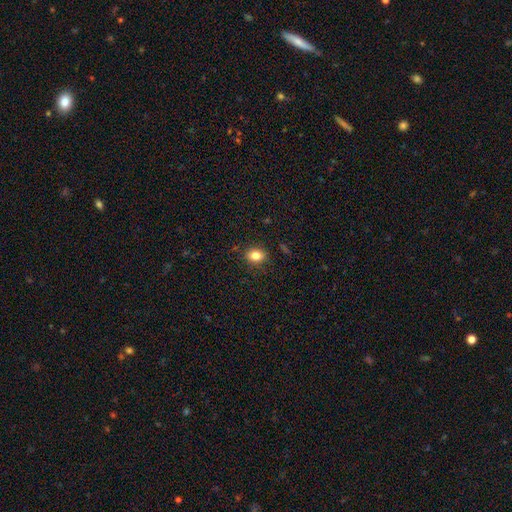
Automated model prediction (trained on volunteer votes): A smooth galaxy with no disk features (82%) that is in between round and cigar-shaped (52%). Merging: none (86%).